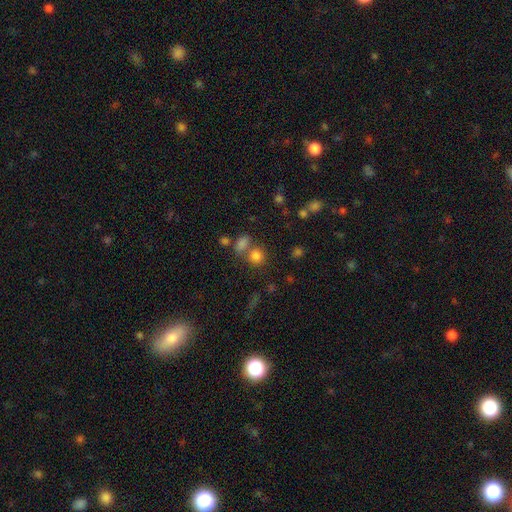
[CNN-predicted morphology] type=smooth (77%); roundness=round (77%); merging=none (56%).